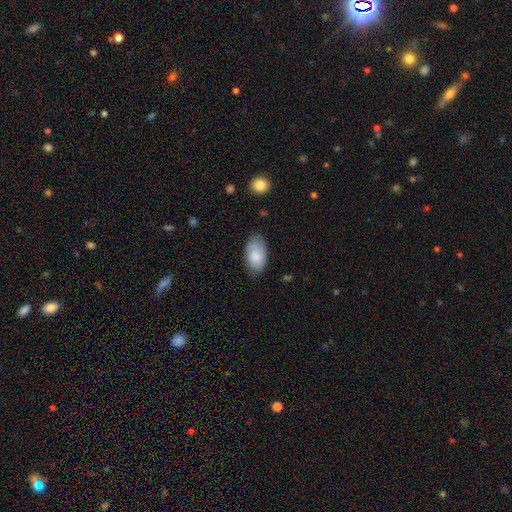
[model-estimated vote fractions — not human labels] Overall: smooth (80%). How rounded: in between (94%). Merging: none (71%).